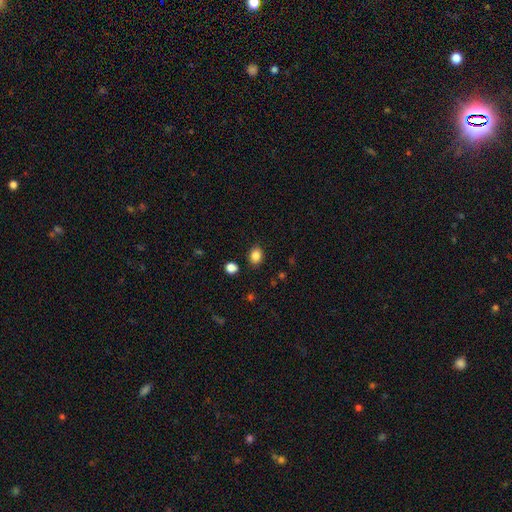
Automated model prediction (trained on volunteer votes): Overall: smooth (85%). How rounded: in between (59%; round 40%). Merging: none (85%).